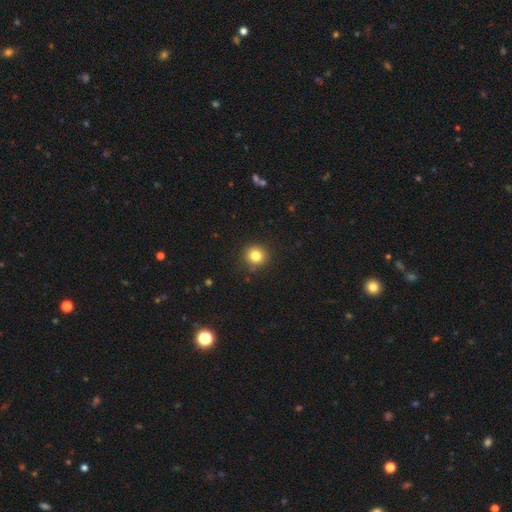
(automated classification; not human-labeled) A smooth galaxy with no disk features (81%) that is round (91%). Merging: none (89%).